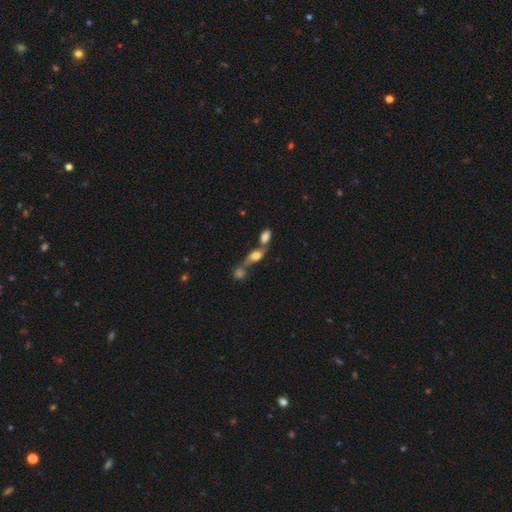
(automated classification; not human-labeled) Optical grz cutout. It shows a smooth galaxy with no disk features (56%) that is in between round and cigar-shaped (67%). Merging: merger (53%).